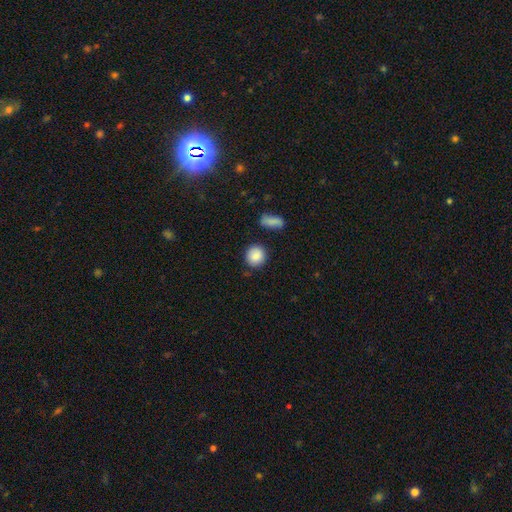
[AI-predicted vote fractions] A smooth galaxy with no disk features (87%) that is round (85%). Merging: none (84%).